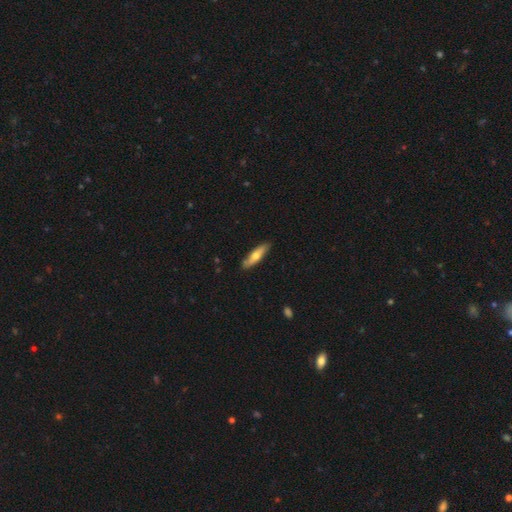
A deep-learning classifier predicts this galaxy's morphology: This appears to be a smooth galaxy with no disk features (57%) that is cigar-shaped (70%). Merging: none (86%).